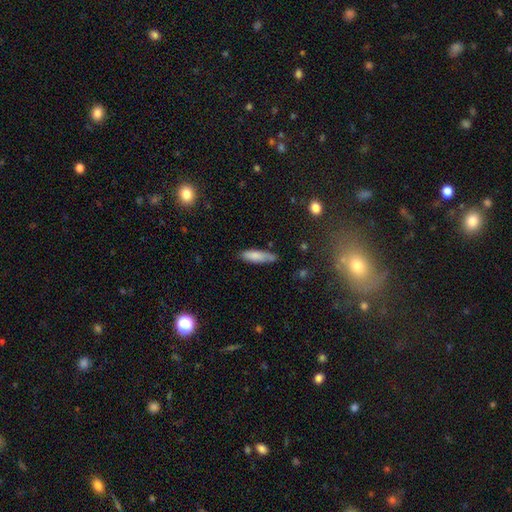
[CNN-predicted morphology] This is clearly a smooth galaxy (81%). How rounded: likely cigar-shaped (62%). Merging: likely none (69%).